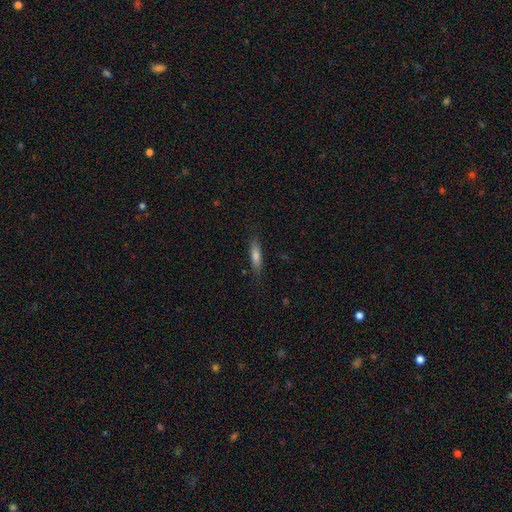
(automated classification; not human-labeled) Smooth or featured? Predicted: smooth (p=0.60). How rounded? Predicted: cigar-shaped (p=0.80). Merging? Predicted: none (p=0.83).